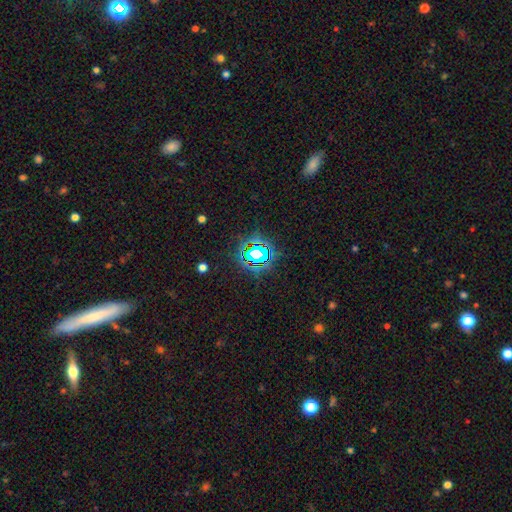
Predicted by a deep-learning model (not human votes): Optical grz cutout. It shows a star or artifact, not a galaxy (72%).